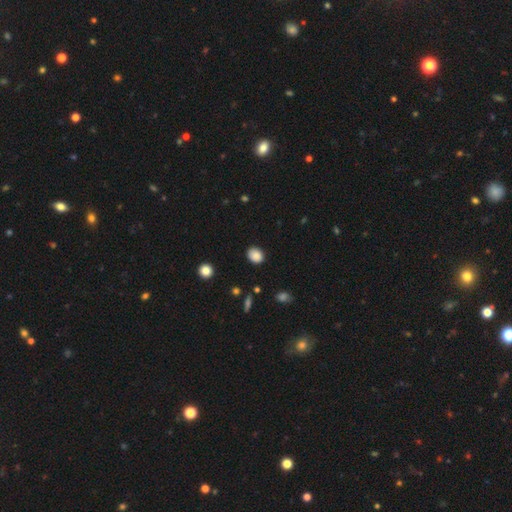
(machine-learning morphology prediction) Smooth or featured: smooth — 87% (star or artifact — 9%)
How rounded: round — 55% (in between — 44%)
Merging: none — 87% (minor disturbance — 9%)